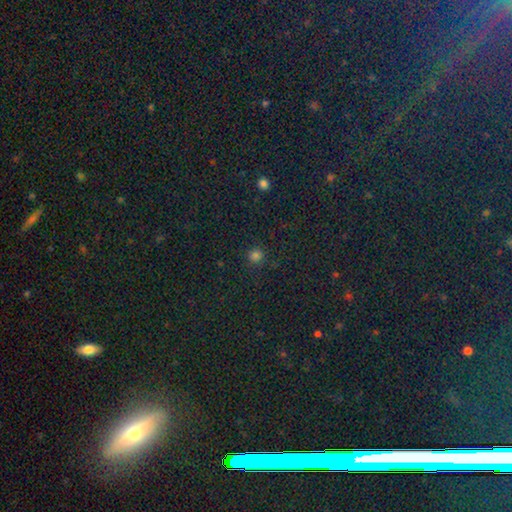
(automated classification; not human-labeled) smooth-or-featured: smooth: 74% | star or artifact: 22% | featured or disk: 4%
  how-rounded: round: 91% | in between: 8% | cigar-shaped: 1%
  merging: none: 86% | minor disturbance: 8% | major disturbance: 3% | merger: 2%